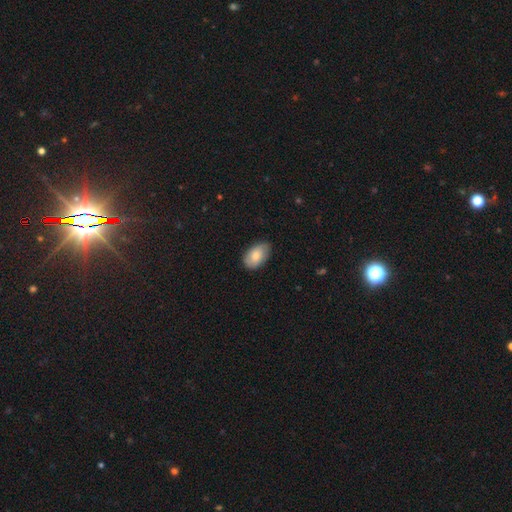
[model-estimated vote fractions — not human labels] This appears to be a smooth galaxy with no disk features (79%) that is in between round and cigar-shaped (92%). Merging: none (81%).